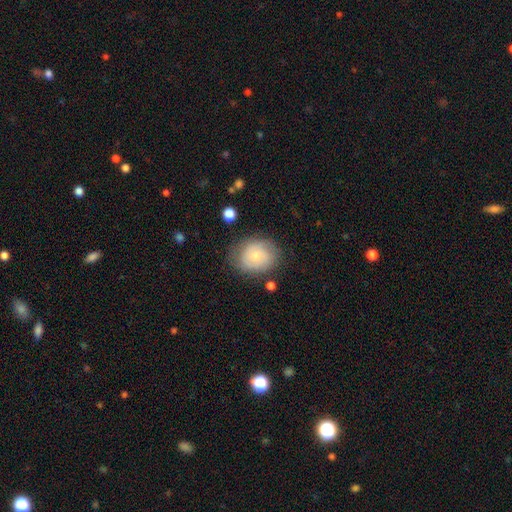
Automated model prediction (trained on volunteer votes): smooth_or_featured: smooth (p=0.63) [alt: featured or disk p=0.29]
how_rounded: round (p=0.55) [alt: in between p=0.44]
merging: none (p=0.71) [alt: minor disturbance p=0.20]